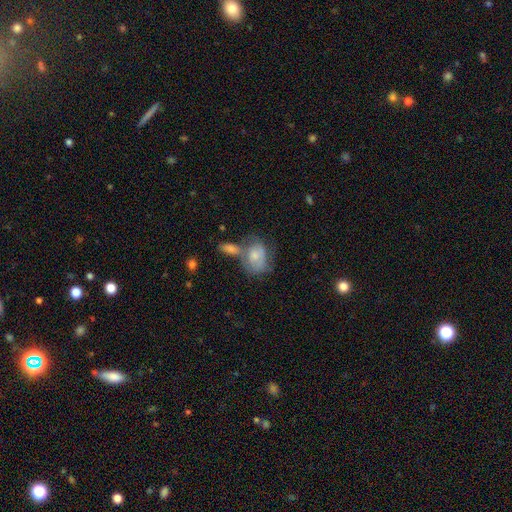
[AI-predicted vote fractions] smooth 62%, featured or disk 31%, star or artifact 7%. Down the decision tree: how rounded — in between (69%); merging — merger (43%).